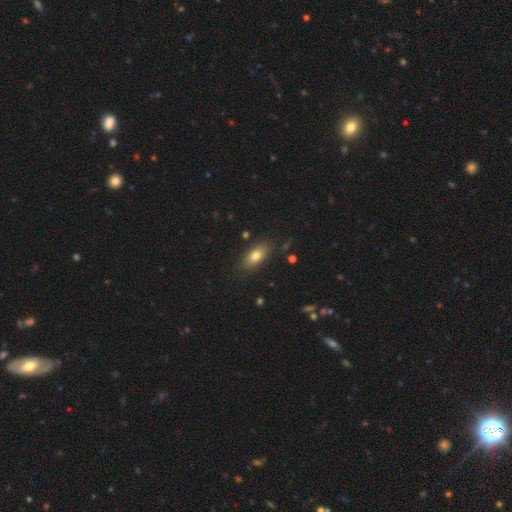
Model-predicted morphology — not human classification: smooth_or_featured: smooth (p=0.78) [alt: featured or disk p=0.13]
how_rounded: in between (p=0.84) [alt: cigar-shaped p=0.11]
merging: none (p=0.82) [alt: minor disturbance p=0.13]